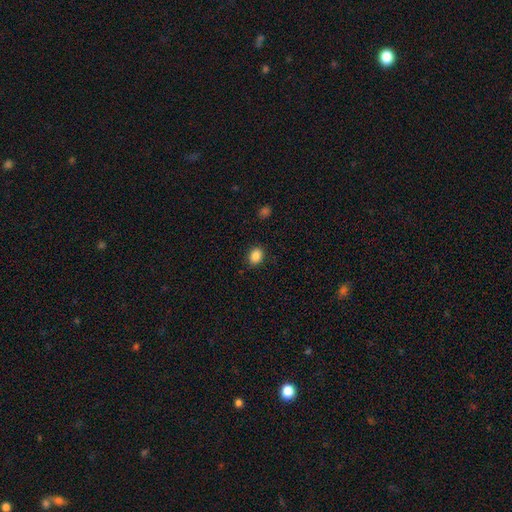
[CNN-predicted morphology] Smooth or featured: smooth — 87% (star or artifact — 9%)
How rounded: in between — 56% (round — 43%)
Merging: none — 87% (minor disturbance — 9%)